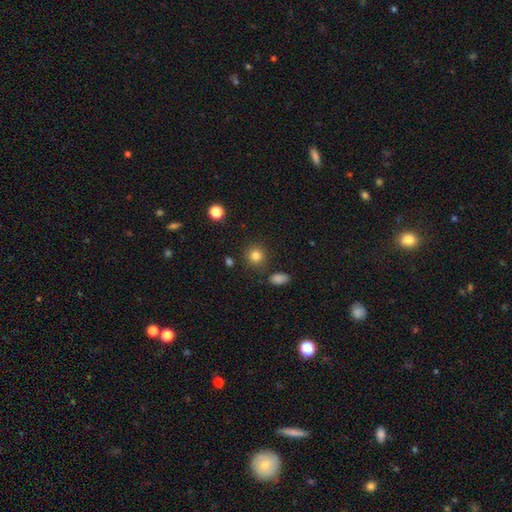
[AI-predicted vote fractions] Q: Smooth or featured?
A: smooth (83%); runner-up: star or artifact (11%)
Q: How rounded?
A: round (89%); runner-up: in between (10%)
Q: Merging?
A: none (86%); runner-up: minor disturbance (8%)